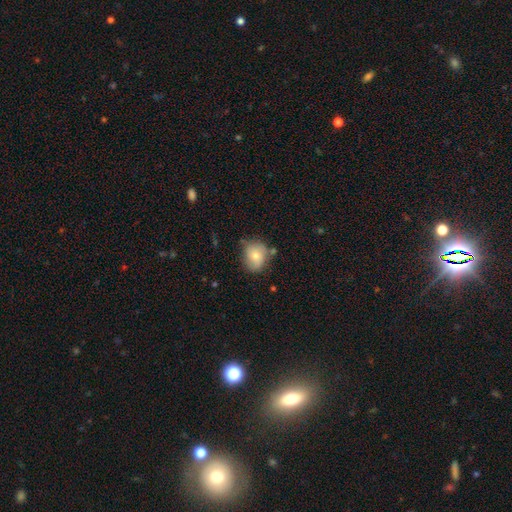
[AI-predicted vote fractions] This is likely a smooth galaxy (72%). How rounded: possibly round (59%). Merging: likely none (62%).